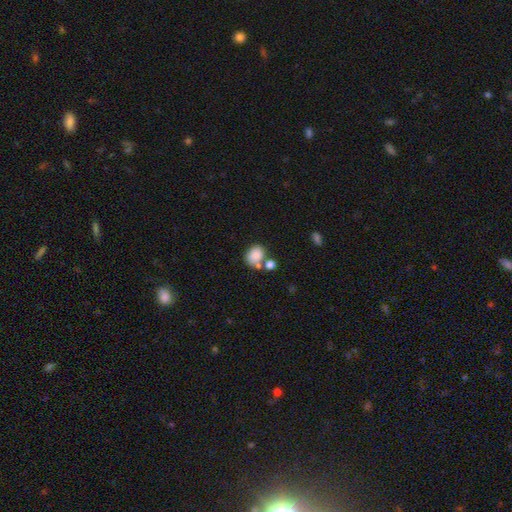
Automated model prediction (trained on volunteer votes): smooth-or-featured: smooth: 82% | star or artifact: 9% | featured or disk: 8%
  how-rounded: round: 52% | in between: 47% | cigar-shaped: 1%
  merging: none: 51% | merger: 30% | minor disturbance: 14% | major disturbance: 5%